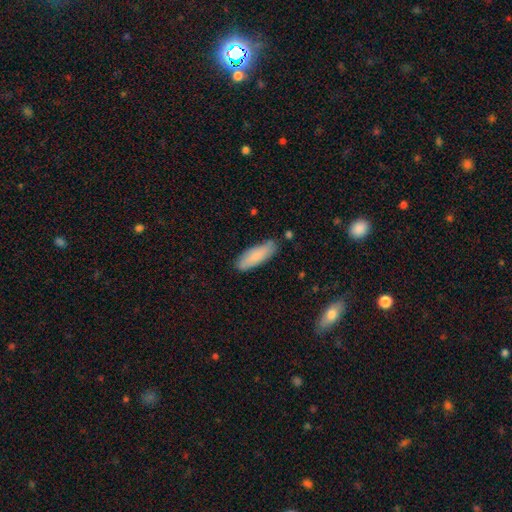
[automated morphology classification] type=smooth (83%); roundness=in between (55%); merging=none (81%).